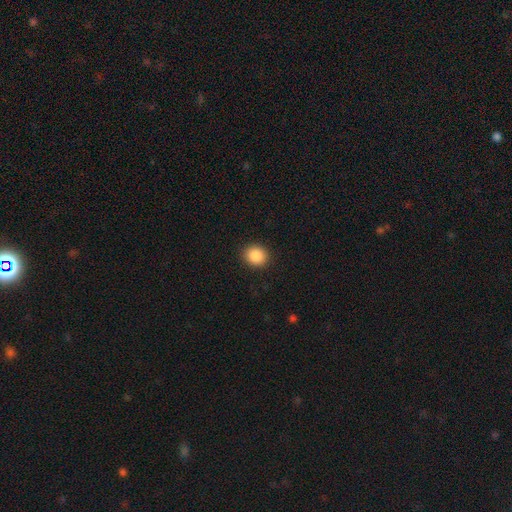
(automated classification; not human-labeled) smooth_or_featured: smooth (p=0.88) [alt: star or artifact p=0.09]
how_rounded: round (p=0.75) [alt: in between p=0.24]
merging: none (p=0.91) [alt: minor disturbance p=0.06]